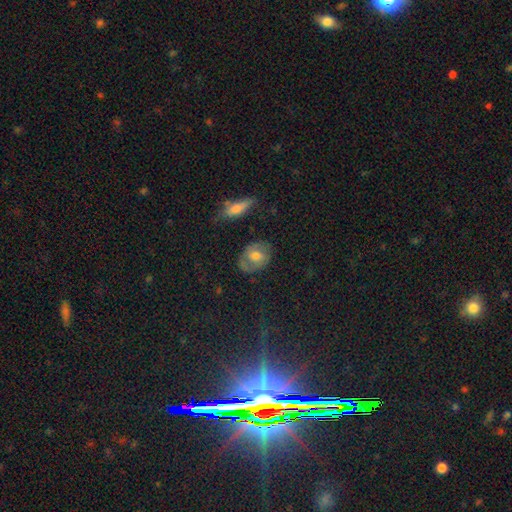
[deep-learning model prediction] Morphology: type=smooth (51%); roundness=in between (58%); merging=none (73%).